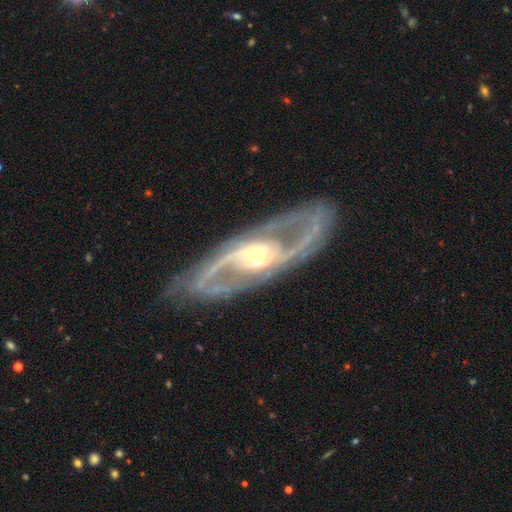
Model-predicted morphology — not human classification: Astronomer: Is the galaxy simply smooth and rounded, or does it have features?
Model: featured or disk — 91%.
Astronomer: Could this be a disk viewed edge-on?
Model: no — 92%.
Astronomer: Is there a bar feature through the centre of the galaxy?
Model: no — 40% (runner-up: weak, 36%).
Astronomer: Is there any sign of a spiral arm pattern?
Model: yes — 95%.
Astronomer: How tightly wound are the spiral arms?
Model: medium — 53%.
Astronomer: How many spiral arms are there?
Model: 2 — 89%.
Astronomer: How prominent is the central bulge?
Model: moderate — 56% (runner-up: small, 34%).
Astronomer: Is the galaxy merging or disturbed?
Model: none — 81%.